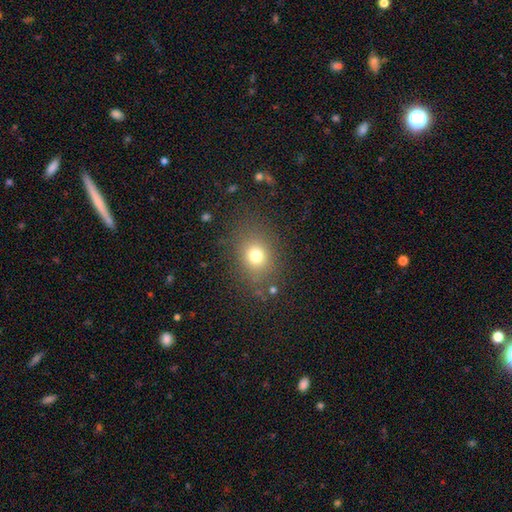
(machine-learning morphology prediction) type=smooth (74%); roundness=round (62%); merging=none (80%).